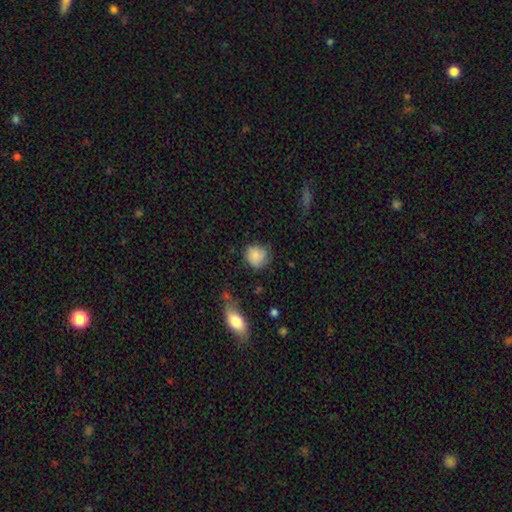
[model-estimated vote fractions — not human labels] Morphology: type=smooth (79%); roundness=round (82%); merging=none (59%).